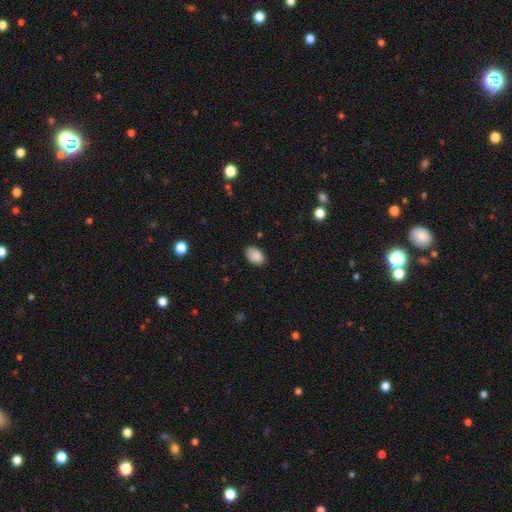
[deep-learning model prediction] smooth 88%, star or artifact 8%, featured or disk 4%. Down the decision tree: how rounded — in between (88%); merging — none (80%).